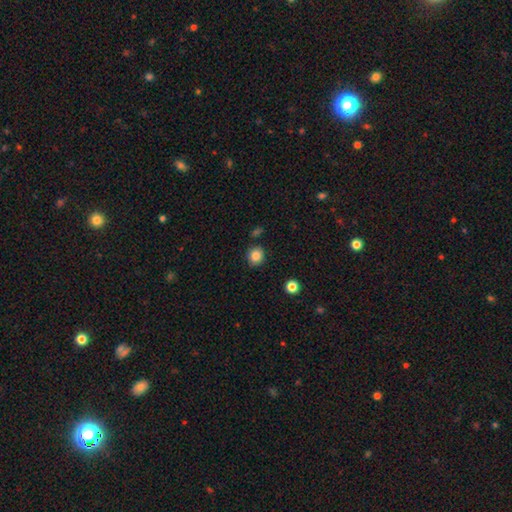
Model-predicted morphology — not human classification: type=smooth (86%); roundness=round (79%); merging=none (85%).